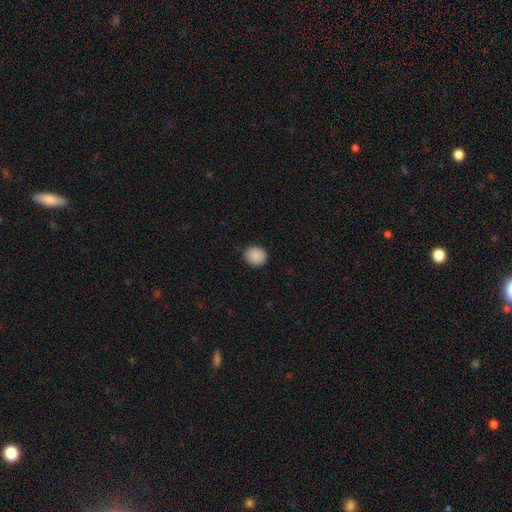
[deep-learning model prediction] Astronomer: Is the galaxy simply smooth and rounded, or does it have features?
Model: smooth — 90%.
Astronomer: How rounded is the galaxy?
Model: round — 86%.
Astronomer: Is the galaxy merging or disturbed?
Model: none — 91%.